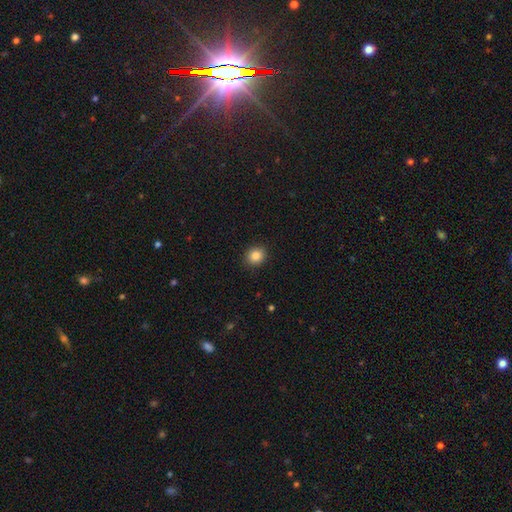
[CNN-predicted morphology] The model was most divided on "how rounded": round: 77%, in between: 22%, cigar-shaped: 1%. More confident: merging — none (91%); smooth or featured — smooth (85%).